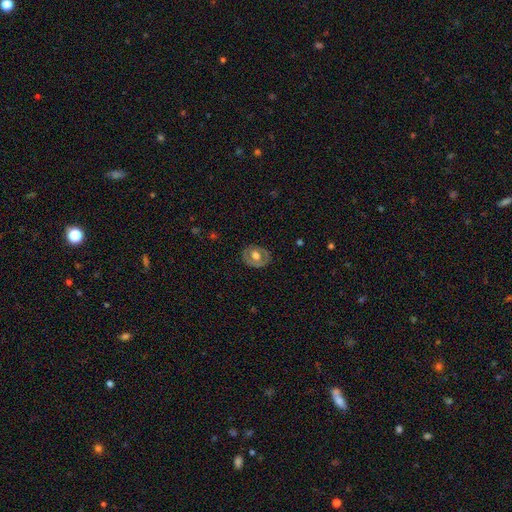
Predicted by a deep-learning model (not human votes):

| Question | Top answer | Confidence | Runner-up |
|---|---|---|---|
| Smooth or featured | featured or disk | 49% | smooth (45%) |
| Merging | none | 80% | minor disturbance (15%) |